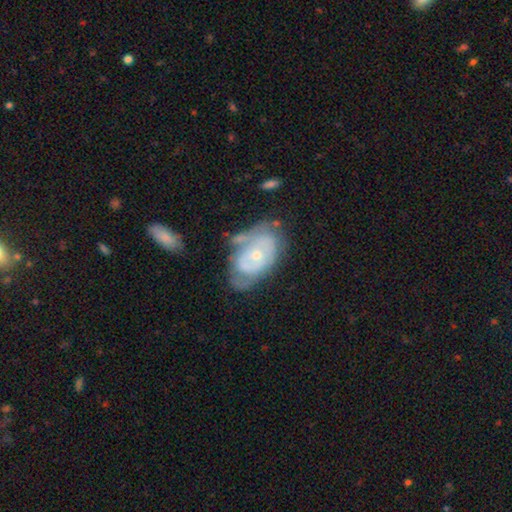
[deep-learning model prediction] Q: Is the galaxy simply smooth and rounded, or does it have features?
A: featured or disk — 69%.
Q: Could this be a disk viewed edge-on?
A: no — 95%.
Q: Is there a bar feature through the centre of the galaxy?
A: no — 79%.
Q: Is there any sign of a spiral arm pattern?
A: yes — 61%.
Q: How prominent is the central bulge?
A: small — 54%.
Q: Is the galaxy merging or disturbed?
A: none — 43%.